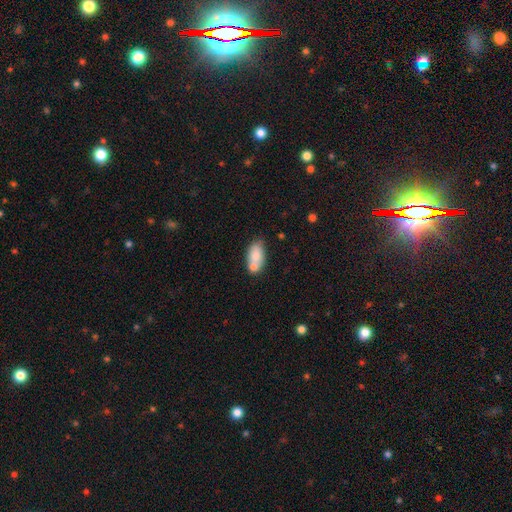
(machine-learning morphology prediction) Smooth or featured: smooth — 77% (featured or disk — 16%)
How rounded: in between — 89% (cigar-shaped — 6%)
Merging: none — 49% (merger — 30%)